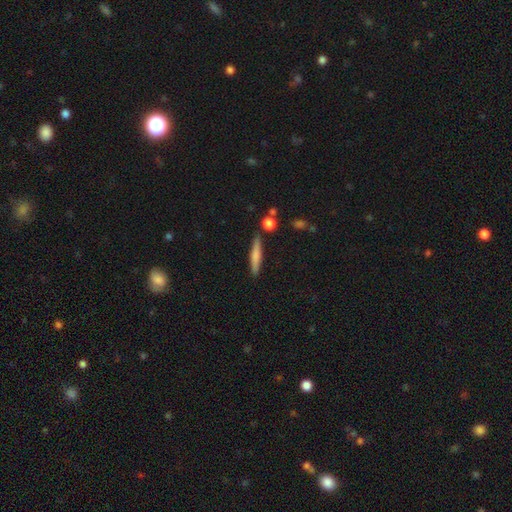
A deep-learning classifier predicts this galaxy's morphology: Overall: smooth (67%; featured or disk 27%). How rounded: cigar-shaped (90%). Merging: none (85%).